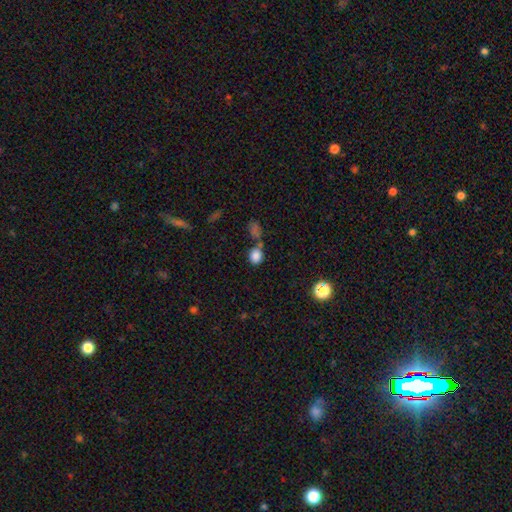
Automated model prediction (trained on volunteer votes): A smooth galaxy with no disk features (83%) that is round (73%). Merging: none (54%).